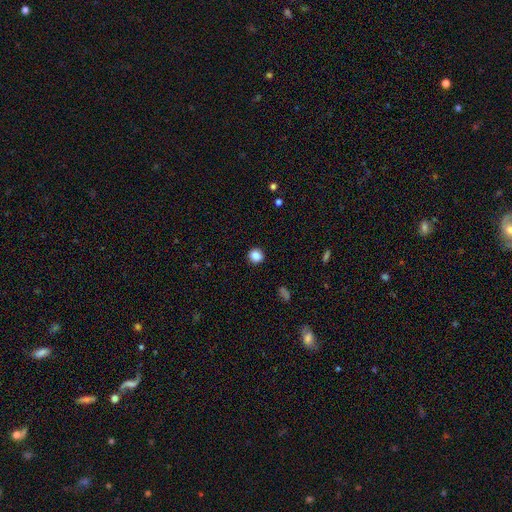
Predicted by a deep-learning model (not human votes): This appears to be a smooth galaxy with no disk features (86%) that is round (90%). Merging: none (92%).